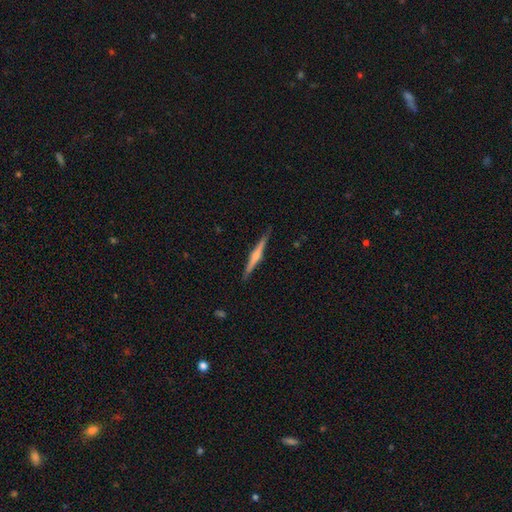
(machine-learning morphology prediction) Smooth or featured? Predicted: featured or disk (p=0.71). Edge-on disk? Predicted: yes (p=0.98). Edge-on bulge? Predicted: rounded (p=0.79). Merging? Predicted: none (p=0.89).